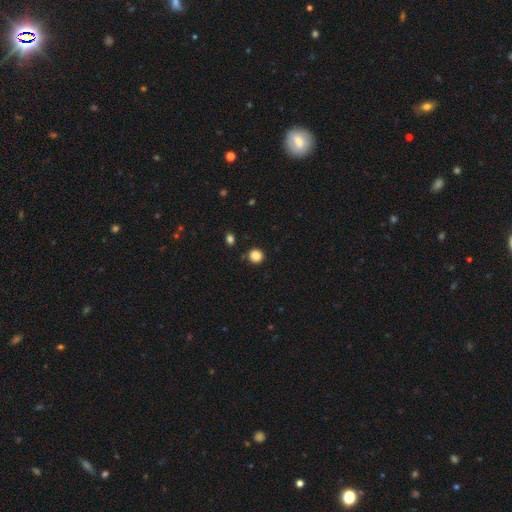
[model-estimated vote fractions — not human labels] Overall: smooth (86%). How rounded: round (89%). Merging: none (87%).